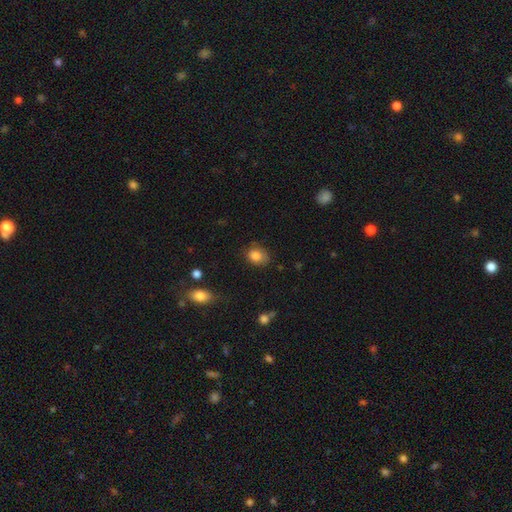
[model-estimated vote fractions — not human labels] The model was most divided on "how rounded": in between: 53%, round: 46%, cigar-shaped: 1%. More confident: smooth or featured — smooth (84%); merging — none (68%).